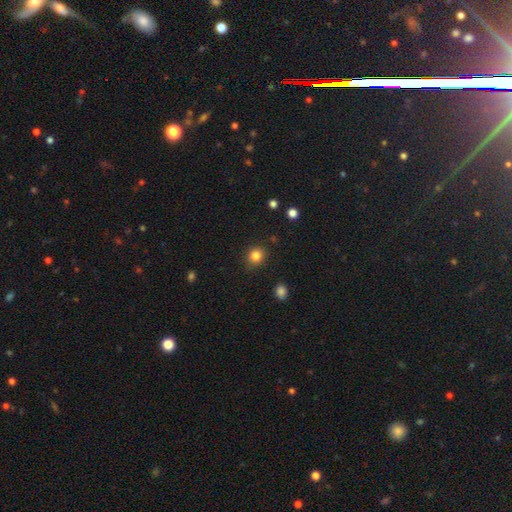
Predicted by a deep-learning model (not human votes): This appears to be a smooth galaxy with no disk features (83%) that is round (83%). Merging: none (86%).